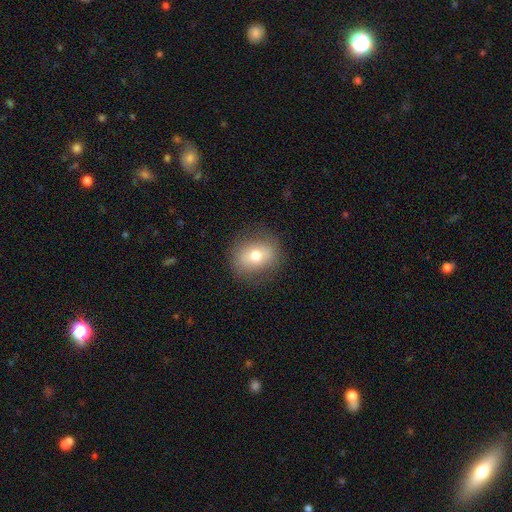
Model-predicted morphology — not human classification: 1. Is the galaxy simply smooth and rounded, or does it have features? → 66% smooth, 25% featured or disk, 9% star or artifact.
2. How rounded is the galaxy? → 54% round, 45% in between, 2% cigar-shaped.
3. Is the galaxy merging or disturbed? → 83% none, 12% minor disturbance, 4% major disturbance, 1% merger.